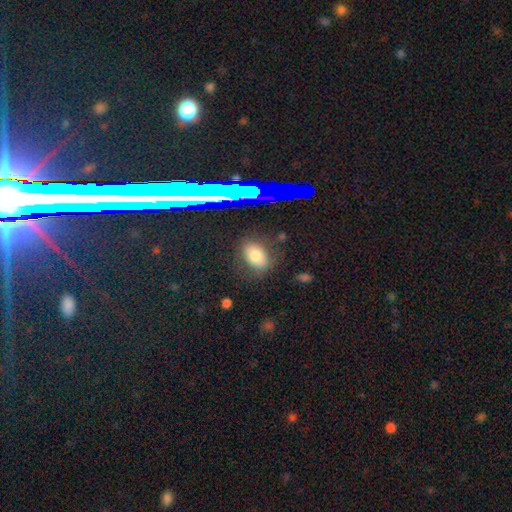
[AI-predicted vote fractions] This appears to be a smooth galaxy with no disk features (72%) that is in between round and cigar-shaped (72%). Merging: none (78%).